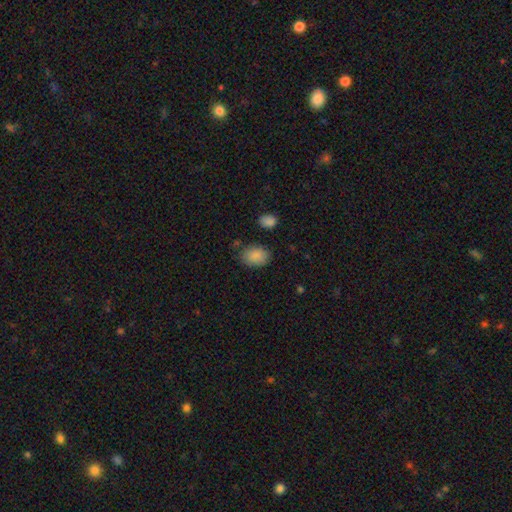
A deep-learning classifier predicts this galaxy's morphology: Smooth or featured: smooth — 88% (star or artifact — 7%)
How rounded: in between — 77% (round — 22%)
Merging: none — 77% (minor disturbance — 16%)